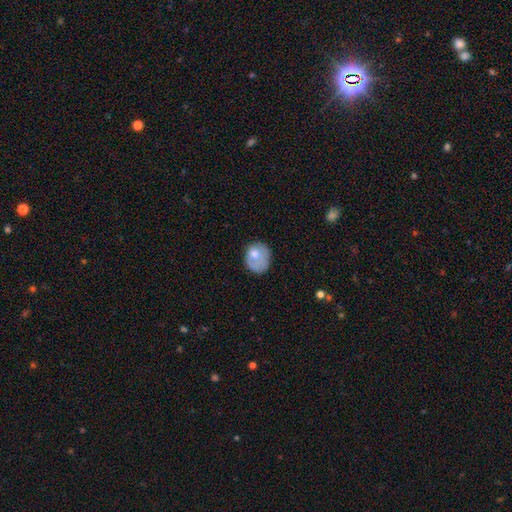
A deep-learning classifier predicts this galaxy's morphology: This is likely a smooth galaxy (69%). How rounded: possibly round (58%). Merging: possibly none (48%).